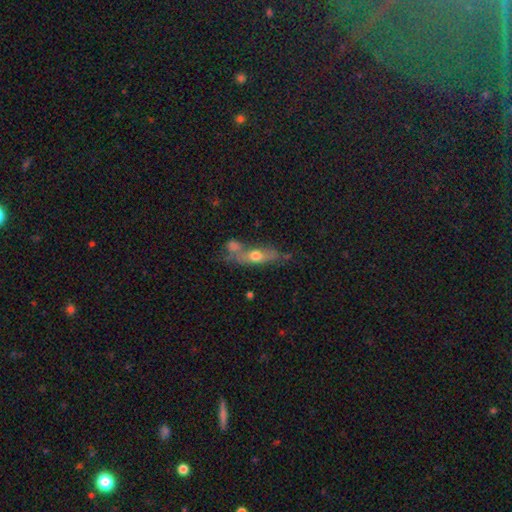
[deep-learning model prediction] Morphology: type=smooth (50%); roundness=in between (47%); merging=none (42%).